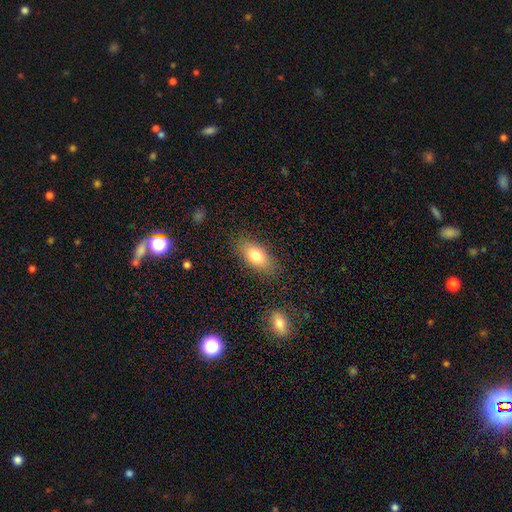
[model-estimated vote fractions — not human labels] smooth-or-featured: smooth: 78% | featured or disk: 15% | star or artifact: 8%
  how-rounded: in between: 87% | cigar-shaped: 7% | round: 6%
  merging: none: 82% | minor disturbance: 12% | major disturbance: 3% | merger: 2%